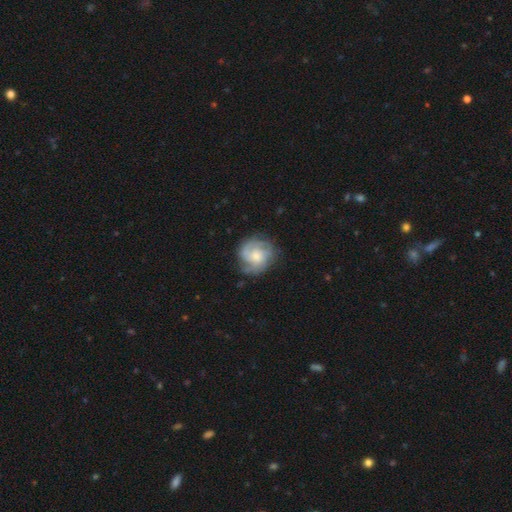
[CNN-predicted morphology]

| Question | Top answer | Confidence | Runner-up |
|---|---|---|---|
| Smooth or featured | featured or disk | 55% | smooth (38%) |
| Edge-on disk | no | 98% | yes (2%) |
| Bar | no | 78% | weak (19%) |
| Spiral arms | yes | 76% | no (24%) |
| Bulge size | moderate | 46% | small (31%) |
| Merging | none | 66% | minor disturbance (22%) |